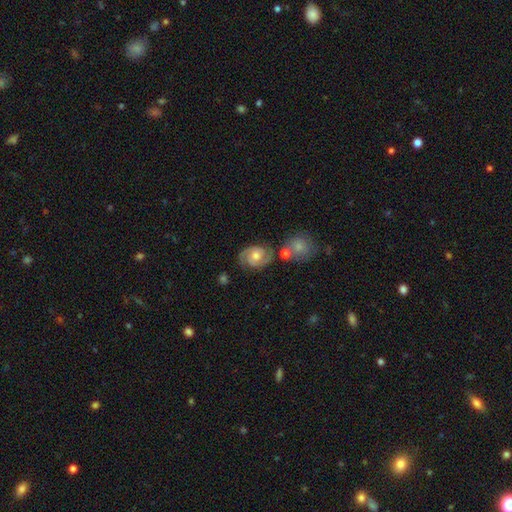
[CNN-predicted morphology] smooth-or-featured: featured or disk: 79% | smooth: 15% | star or artifact: 6%
  disk-edge-on: no: 98% | yes: 2%
    bar: no: 67% | weak: 28% | strong: 5%
    has-spiral-arms: yes: 95% | no: 5%
      spiral-winding: medium: 46% | tight: 43% | loose: 10%
      spiral-arm-count: 2: 90% | can't tell: 4% | 3: 2% | 1: 1% | 4: 1% | more than 4: 1%
    bulge-size: moderate: 66% | small: 20% | large: 9% | none: 3% | dominant: 2%
  merging: none: 72% | minor disturbance: 14% | merger: 9% | major disturbance: 5%